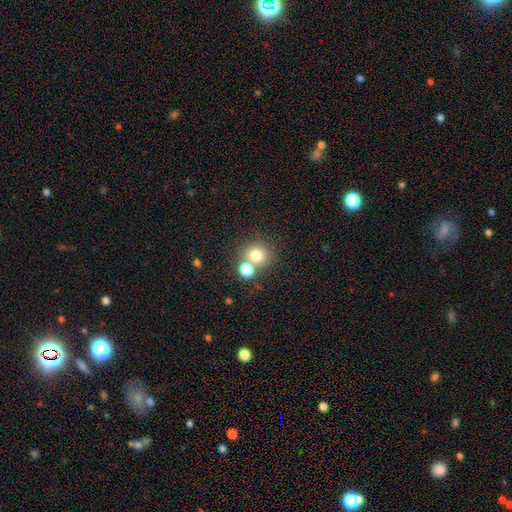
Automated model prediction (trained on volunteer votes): smooth 75%, star or artifact 15%, featured or disk 10%. Down the decision tree: how rounded — round (88%); merging — none (57%).